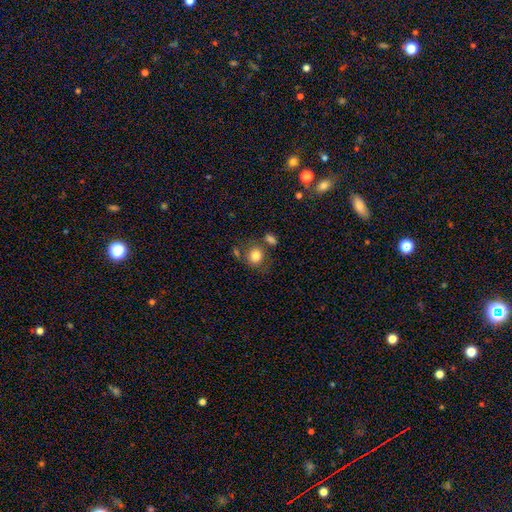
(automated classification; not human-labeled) Overall: smooth (80%). How rounded: round (73%). Merging: none (63%).